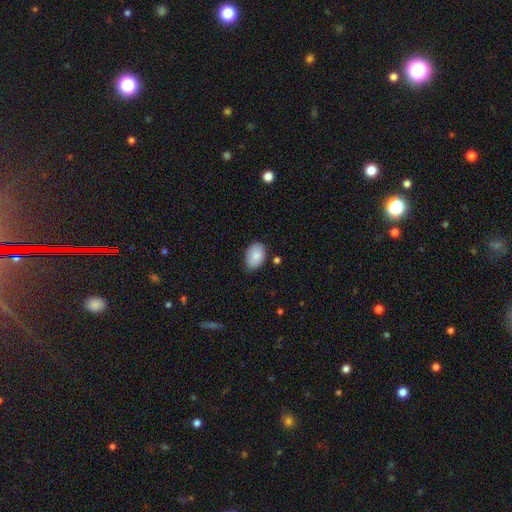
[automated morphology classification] This appears to be a smooth galaxy with no disk features (85%) that is in between round and cigar-shaped (85%). Merging: none (76%).